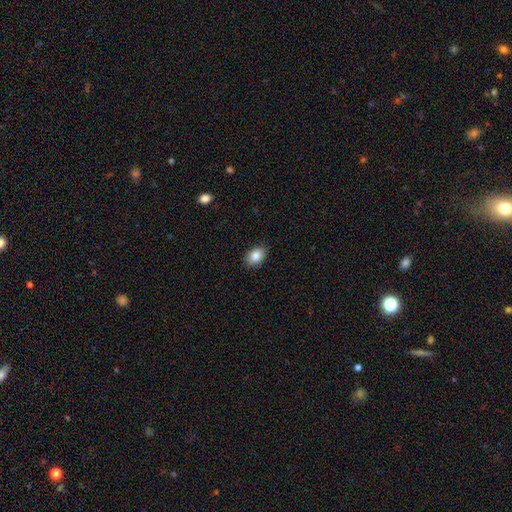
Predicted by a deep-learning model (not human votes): A smooth galaxy with no disk features (85%) that is in between round and cigar-shaped (81%). Merging: none (88%).